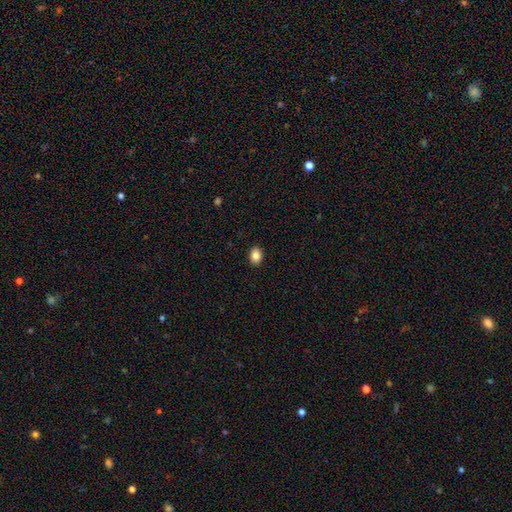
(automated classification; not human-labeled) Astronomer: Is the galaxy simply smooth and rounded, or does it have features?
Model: smooth — 85%.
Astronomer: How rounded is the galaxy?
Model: in between — 69%.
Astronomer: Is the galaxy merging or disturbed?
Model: none — 91%.